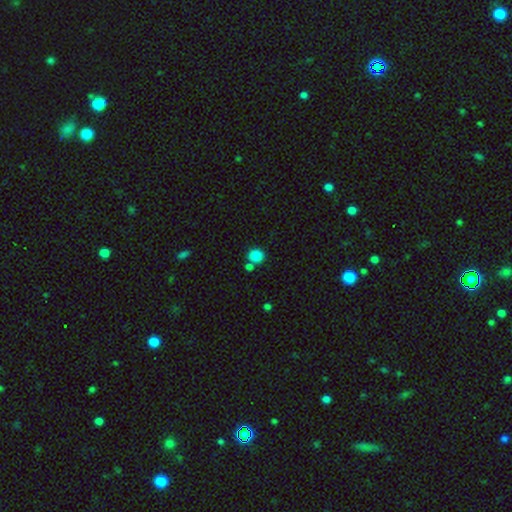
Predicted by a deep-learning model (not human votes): Smooth or featured?
  - smooth: 86% *
  - star or artifact: 10%
  - featured or disk: 4%
How rounded?
  - round: 81% *
  - in between: 18%
  - cigar-shaped: 1%
Merging?
  - none: 68% *
  - merger: 19%
  - minor disturbance: 9%
  - major disturbance: 3%